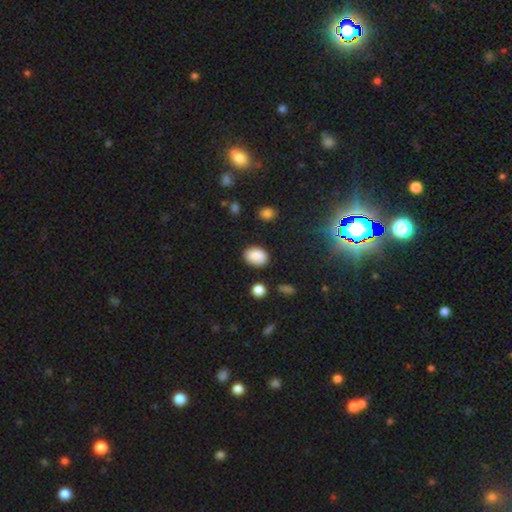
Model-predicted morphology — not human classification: This appears to be a smooth galaxy with no disk features (86%) that is in between round and cigar-shaped (76%). Merging: none (84%).